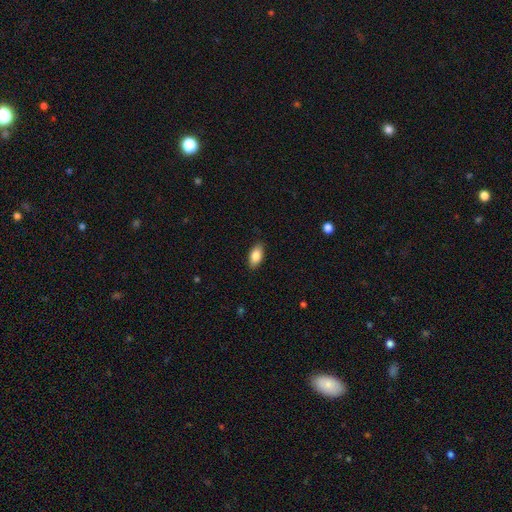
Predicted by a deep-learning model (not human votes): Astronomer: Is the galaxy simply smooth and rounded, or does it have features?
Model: smooth — 84%.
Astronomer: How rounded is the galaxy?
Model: in between — 91%.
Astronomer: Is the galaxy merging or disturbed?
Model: none — 87%.